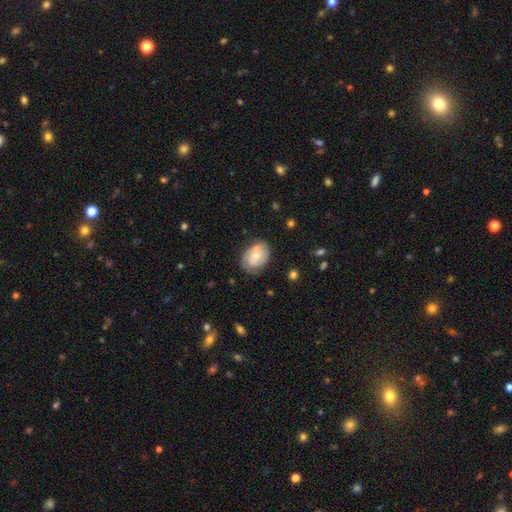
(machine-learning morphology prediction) This is likely a featured or disk galaxy (61%). It is clearly not viewed edge-on (97%). Bar: likely no (64%). Spiral arm pattern: clearly yes (86%). Spiral arm count: possibly 2 (52%). Spiral winding: possibly tight (60%). Central bulge: possibly small (52%). Merging: likely none (71%).